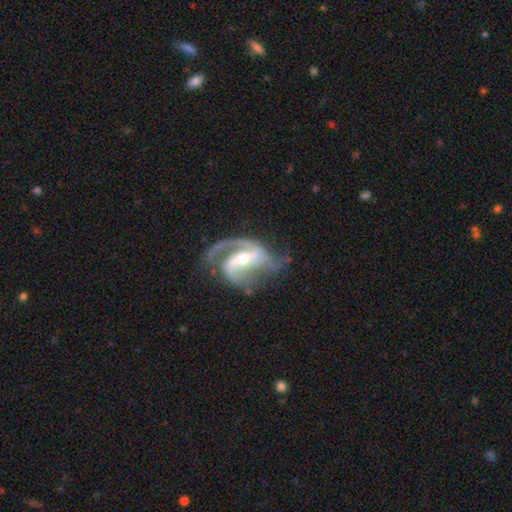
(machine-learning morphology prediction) featured or disk 90%, star or artifact 5%, smooth 5%. Down the decision tree: edge-on disk — no (97%); bar — strong (48%); spiral arms — yes (97%); spiral arm count — 2 (79%); spiral winding — medium (52%); bulge size — moderate (57%); merging — none (54%).